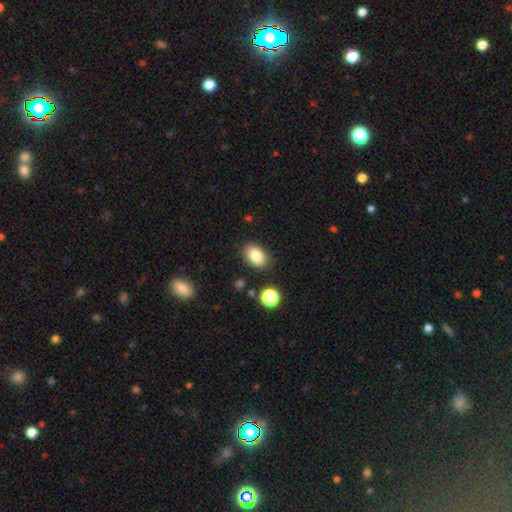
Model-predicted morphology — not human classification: Smooth or featured? Predicted: smooth (p=0.83). How rounded? Predicted: in between (p=0.82). Merging? Predicted: none (p=0.86).